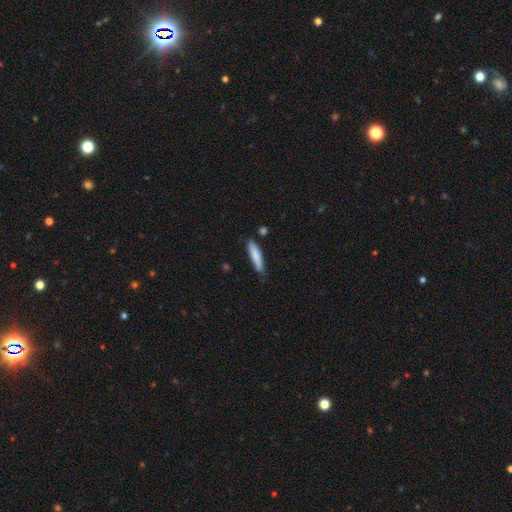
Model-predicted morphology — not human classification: Smooth or featured: smooth — 81% (featured or disk — 13%)
How rounded: cigar-shaped — 79% (in between — 19%)
Merging: none — 76% (minor disturbance — 18%)